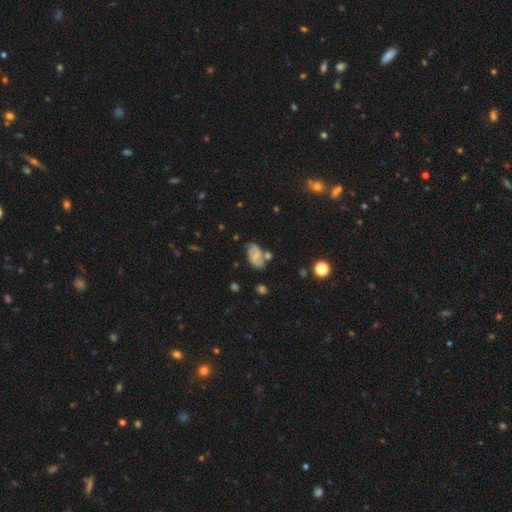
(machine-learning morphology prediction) Smooth or featured? Predicted: featured or disk (p=0.62). Edge-on disk? Predicted: no (p=0.97). Bar? Predicted: no (p=0.46). Spiral arms? Predicted: yes (p=0.86). Spiral winding? Predicted: medium (p=0.45). Spiral arm count? Predicted: 2 (p=0.82). Bulge size? Predicted: none (p=0.47). Merging? Predicted: none (p=0.49).